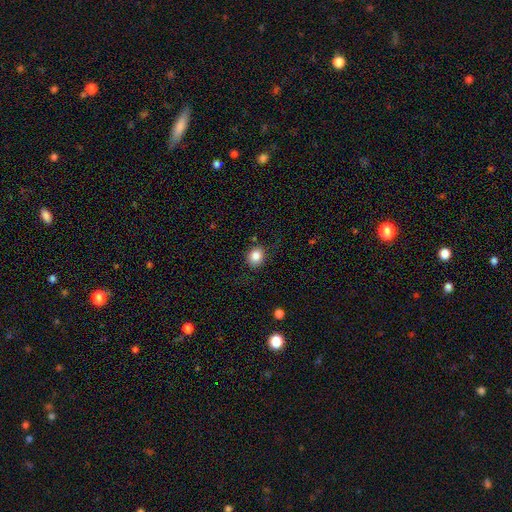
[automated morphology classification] A smooth galaxy with no disk features (85%) that is round (68%).

Vote fractions:
- Smooth or featured? smooth: 85% / star or artifact: 10% / featured or disk: 6%
- How rounded? round: 68% / in between: 31% / cigar-shaped: 1%
- Merging? none: 82% / minor disturbance: 12% / major disturbance: 4% / merger: 2%